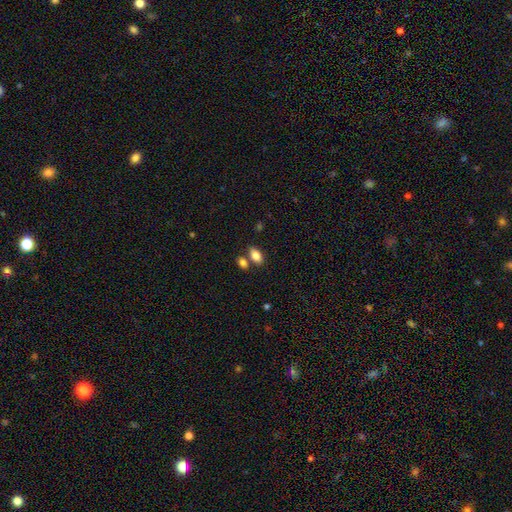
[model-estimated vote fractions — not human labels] A smooth galaxy with no disk features (83%) that is in between round and cigar-shaped (90%). Merging: none (63%).